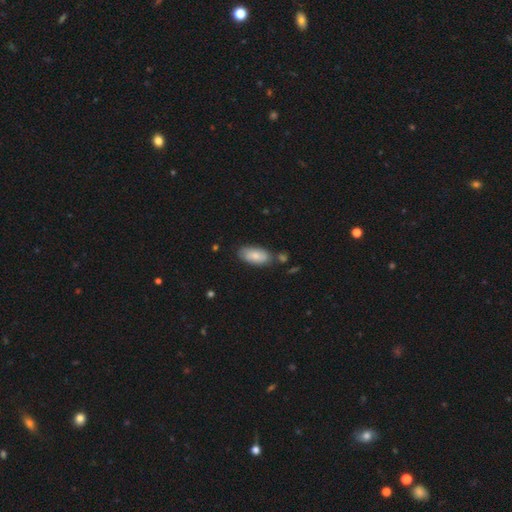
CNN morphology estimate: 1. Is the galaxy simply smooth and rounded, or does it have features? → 77% smooth, 17% featured or disk, 6% star or artifact.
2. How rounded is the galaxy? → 92% in between, 6% cigar-shaped, 2% round.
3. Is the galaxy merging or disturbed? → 70% none, 19% minor disturbance, 7% merger, 4% major disturbance.